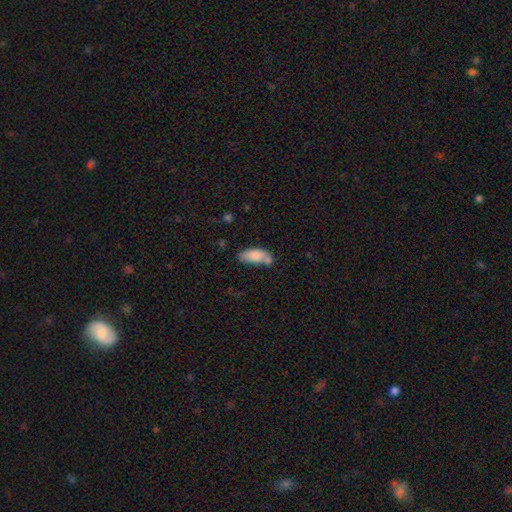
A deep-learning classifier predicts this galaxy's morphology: type=smooth (81%); roundness=in between (84%); merging=none (46%).